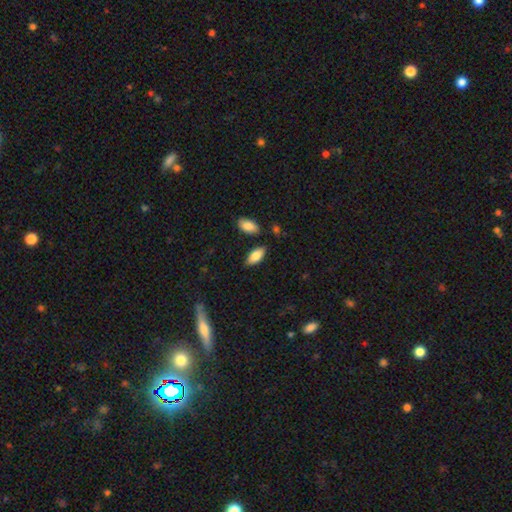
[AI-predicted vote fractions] This is clearly a smooth galaxy (81%). How rounded: clearly in between (87%). Merging: clearly none (81%).